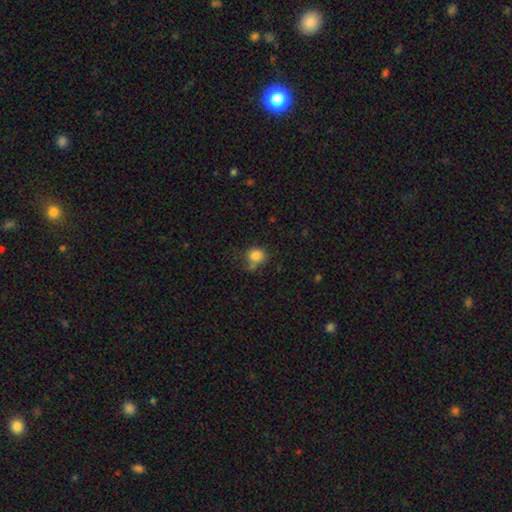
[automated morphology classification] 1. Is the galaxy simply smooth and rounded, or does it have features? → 83% smooth, 11% star or artifact, 6% featured or disk.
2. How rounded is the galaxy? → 79% round, 20% in between, 1% cigar-shaped.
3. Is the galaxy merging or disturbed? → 60% none, 22% minor disturbance, 10% merger, 8% major disturbance.